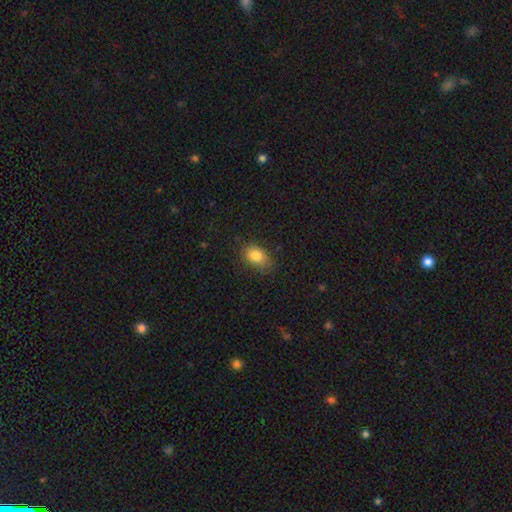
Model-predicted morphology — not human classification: A smooth galaxy with no disk features (82%) that is in between round and cigar-shaped (82%). Merging: none (74%).